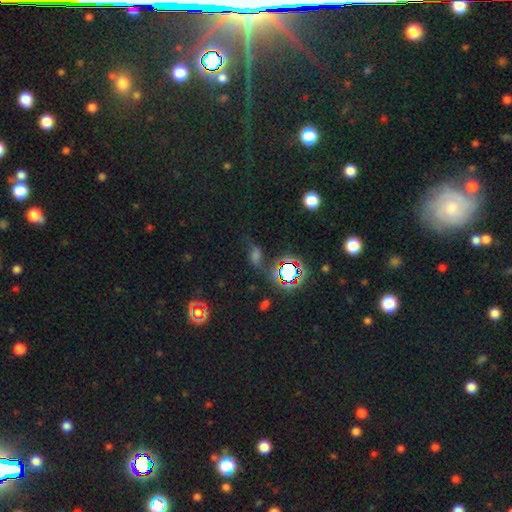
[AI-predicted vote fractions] smooth_or_featured: star or artifact (p=0.49) [alt: smooth p=0.35]